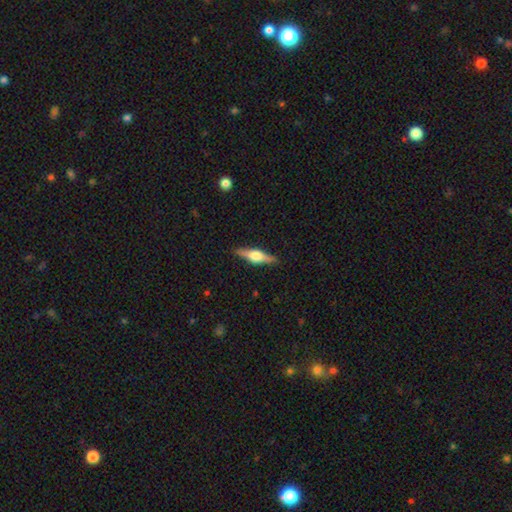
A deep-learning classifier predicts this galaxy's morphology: Smooth or featured? Predicted: featured or disk (p=0.68). Edge-on disk? Predicted: yes (p=0.97). Edge-on bulge? Predicted: rounded (p=0.89). Merging? Predicted: none (p=0.90).